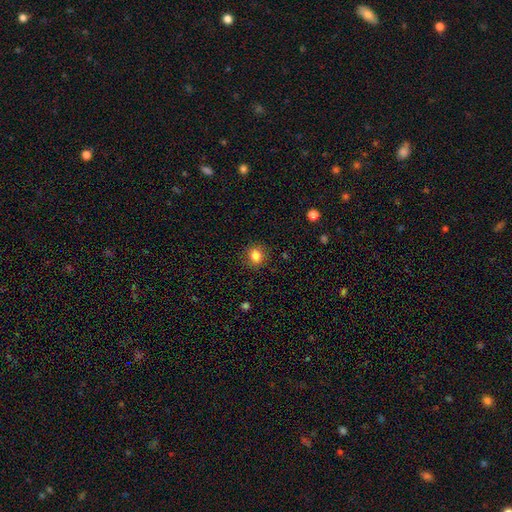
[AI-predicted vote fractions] This is clearly a smooth galaxy (83%). How rounded: likely round (79%). Merging: clearly none (88%).